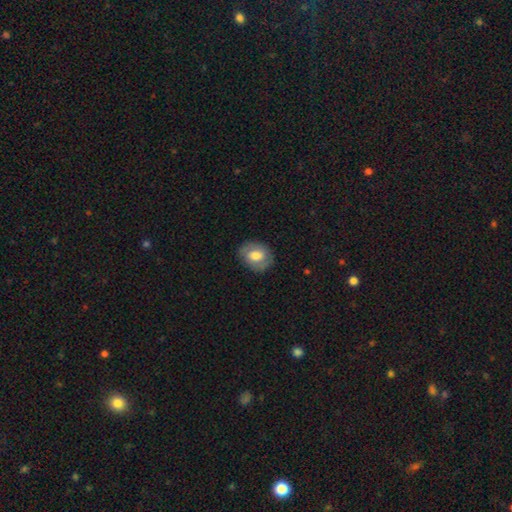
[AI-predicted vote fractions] Smooth or featured? Predicted: smooth (p=0.63). How rounded? Predicted: in between (p=0.53). Merging? Predicted: none (p=0.82).